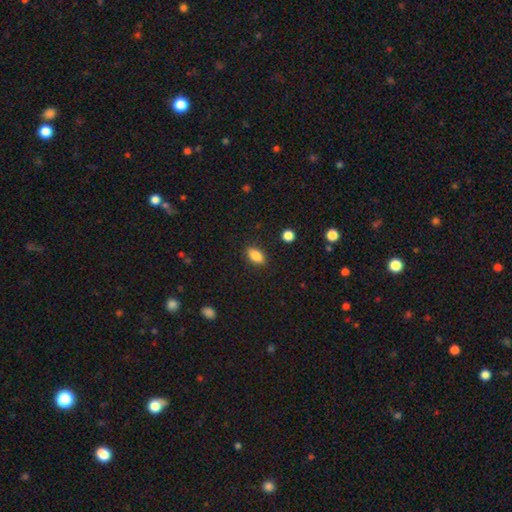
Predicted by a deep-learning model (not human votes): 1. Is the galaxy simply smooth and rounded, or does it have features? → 84% smooth, 8% star or artifact, 7% featured or disk.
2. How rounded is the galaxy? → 88% in between, 8% round, 5% cigar-shaped.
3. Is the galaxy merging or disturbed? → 87% none, 9% minor disturbance, 2% major disturbance, 1% merger.